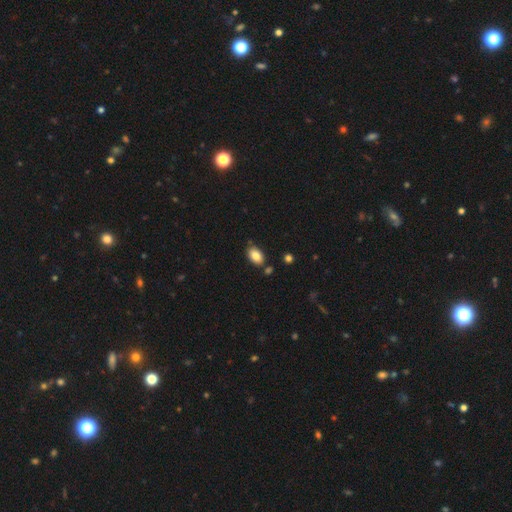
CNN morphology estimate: This is clearly a smooth galaxy (86%). How rounded: clearly in between (90%). Merging: likely none (79%).